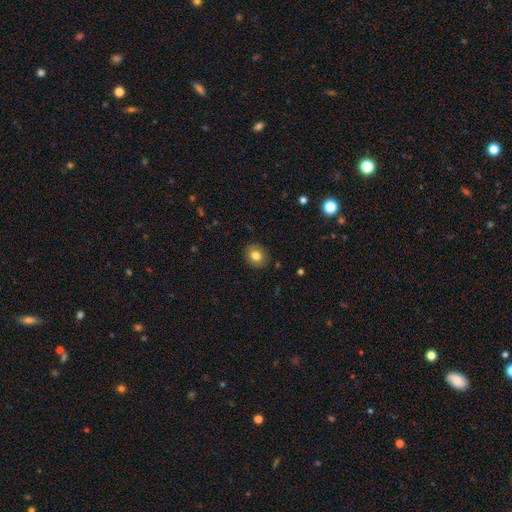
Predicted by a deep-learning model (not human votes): Morphology: type=smooth (81%); roundness=round (64%); merging=none (89%).